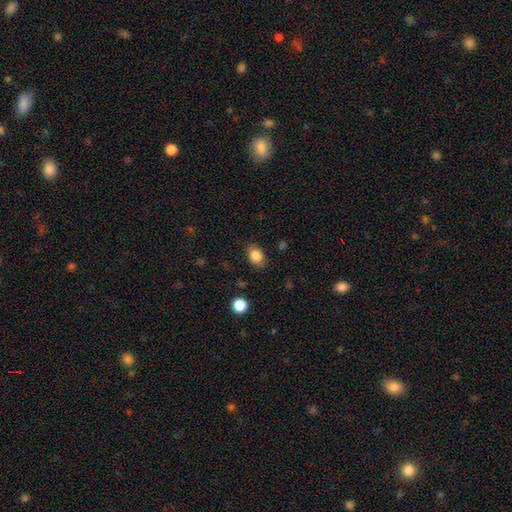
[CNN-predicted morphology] smooth 84%, star or artifact 9%, featured or disk 7%. Down the decision tree: how rounded — in between (76%); merging — none (82%).